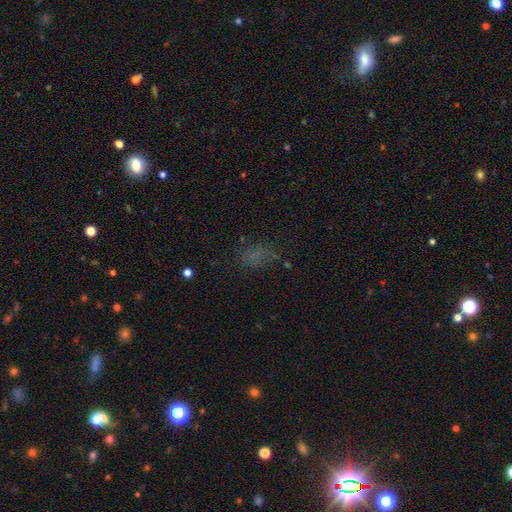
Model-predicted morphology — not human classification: Overall: smooth (59%; star or artifact 27%). How rounded: in between (80%). Merging: none (59%; minor disturbance 20%).